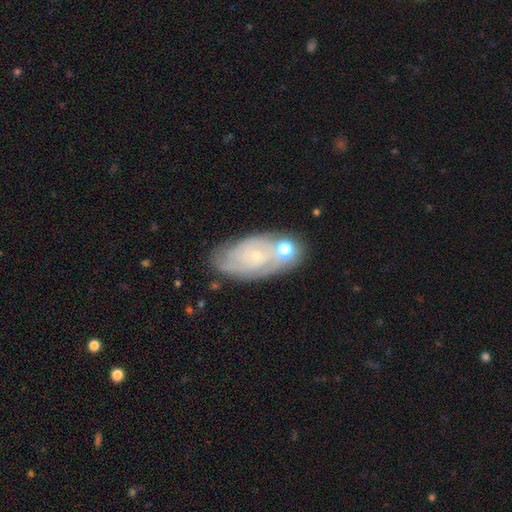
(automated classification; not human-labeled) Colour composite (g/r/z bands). It shows a featured or disk galaxy (69%) with no bar (80%), tight (69%) spiral arms (84%) and a small central bulge (81%). Merging: none (60%).